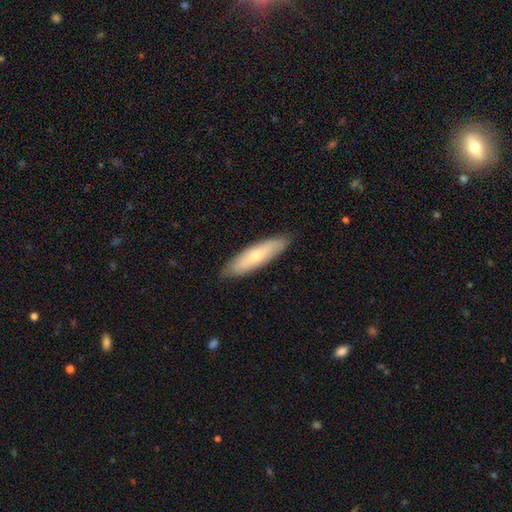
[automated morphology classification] A smooth galaxy with no disk features (65%) that is cigar-shaped (67%). Merging: none (86%).